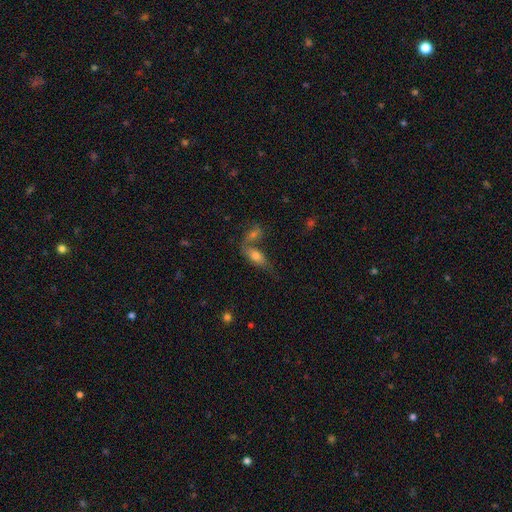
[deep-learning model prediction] A smooth galaxy with no disk features (68%) that is in between round and cigar-shaped (79%). Merging: merger (46%).